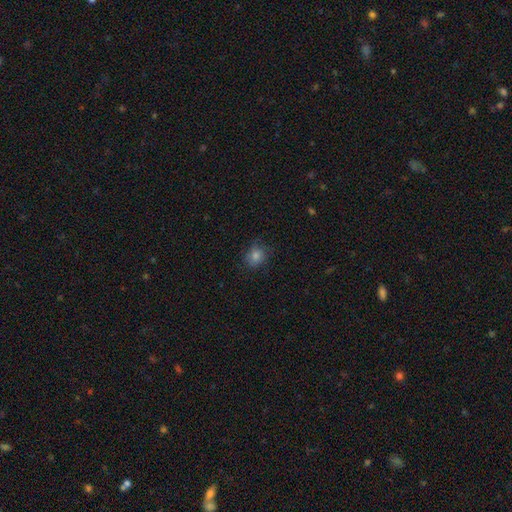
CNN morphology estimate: This appears to be a smooth galaxy with no disk features (73%) that is round (70%). Merging: none (76%).